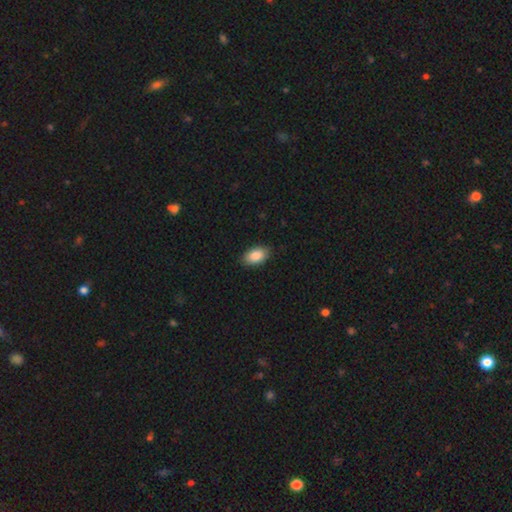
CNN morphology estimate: A smooth galaxy with no disk features (88%) that is in between round and cigar-shaped (93%). Merging: none (88%).